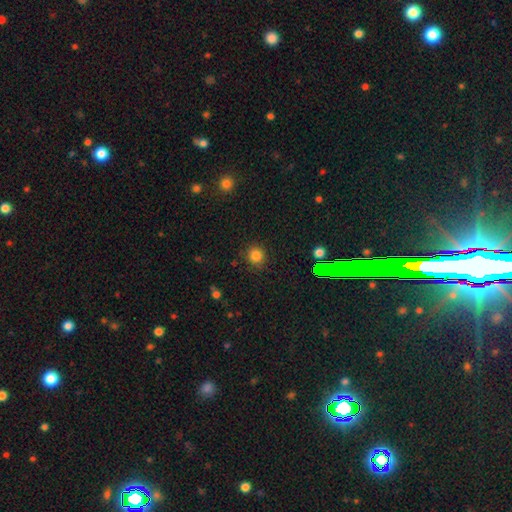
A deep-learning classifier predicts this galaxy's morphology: Q: Smooth or featured?
A: smooth (81%); runner-up: star or artifact (14%)
Q: How rounded?
A: round (90%); runner-up: in between (9%)
Q: Merging?
A: none (87%); runner-up: minor disturbance (8%)